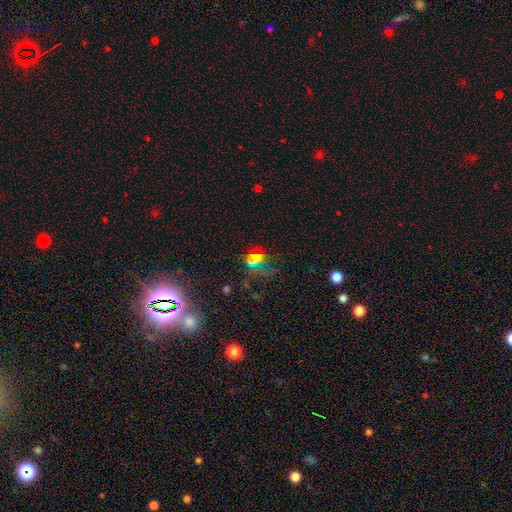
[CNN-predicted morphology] smooth_or_featured: star or artifact (p=0.63) [alt: smooth p=0.26]